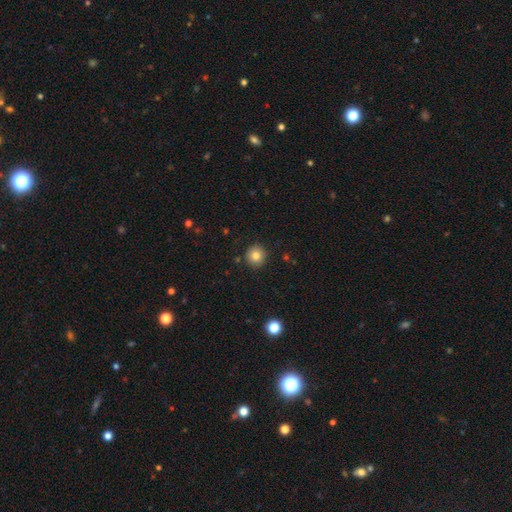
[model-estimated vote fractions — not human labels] A smooth galaxy with no disk features (82%) that is round (93%).

Vote fractions:
- Smooth or featured? smooth: 82% / star or artifact: 11% / featured or disk: 8%
- How rounded? round: 93% / in between: 6% / cigar-shaped: 1%
- Merging? none: 90% / minor disturbance: 7% / major disturbance: 2% / merger: 1%